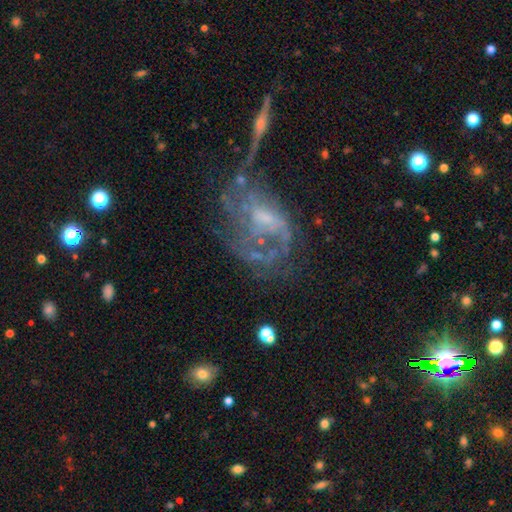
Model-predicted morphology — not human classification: A featured or disk galaxy (72%) with no bar (55%), spiral arms (63%) and a small central bulge (37%).

Vote fractions:
- Smooth or featured? featured or disk: 72% / smooth: 15% / star or artifact: 13%
- Edge-on disk? no: 96% / yes: 4%
- Bar? no: 55% / weak: 36% / strong: 9%
- Spiral arms? yes: 63% / no: 37%
- Bulge size? small: 37% / none: 31% / moderate: 28% / large: 4% / dominant: 1%
- Merging? major disturbance: 39% / none: 31% / minor disturbance: 17% / merger: 13%